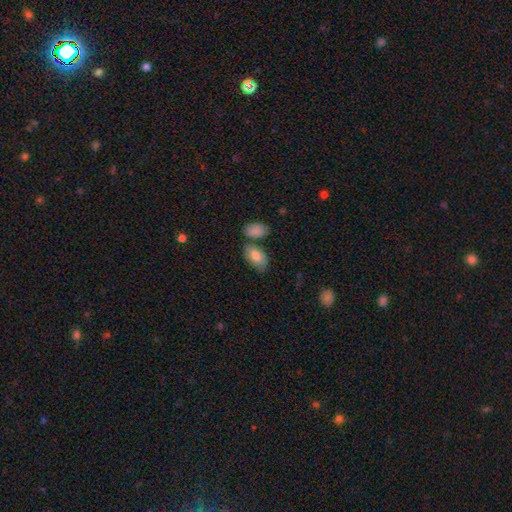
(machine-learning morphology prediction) Q: Smooth or featured?
A: smooth (81%); runner-up: featured or disk (13%)
Q: How rounded?
A: in between (93%); runner-up: round (6%)
Q: Merging?
A: none (63%); runner-up: merger (16%)